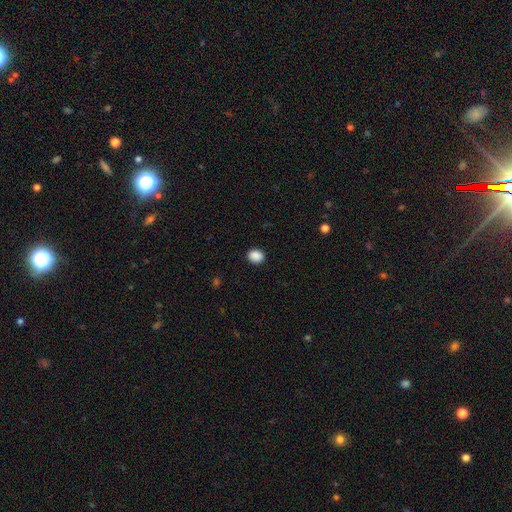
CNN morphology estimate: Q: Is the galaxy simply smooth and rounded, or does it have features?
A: smooth — 89%.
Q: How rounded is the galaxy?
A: round — 57%.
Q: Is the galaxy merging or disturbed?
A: none — 91%.